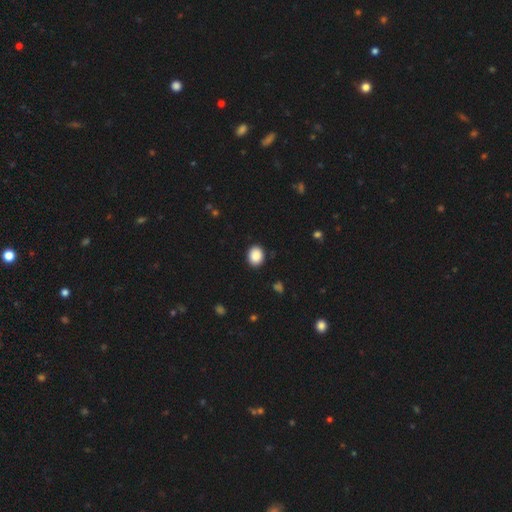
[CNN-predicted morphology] smooth 89%, star or artifact 8%, featured or disk 3%. Down the decision tree: how rounded — round (52%); merging — none (91%).